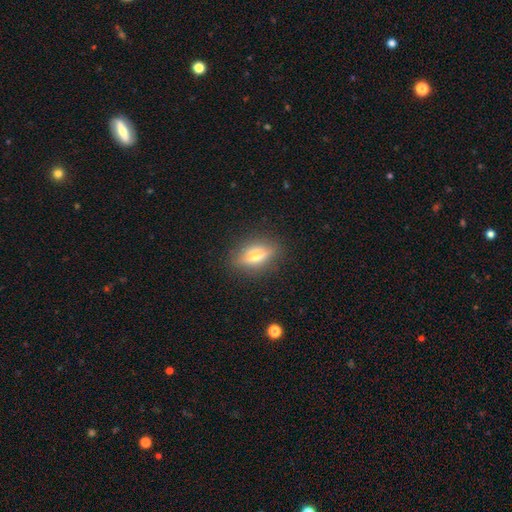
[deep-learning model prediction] A smooth galaxy with no disk features (49%).

Vote fractions:
- Smooth or featured? smooth: 49% / featured or disk: 42% / star or artifact: 9%
- Merging? none: 84% / minor disturbance: 11% / major disturbance: 3% / merger: 1%